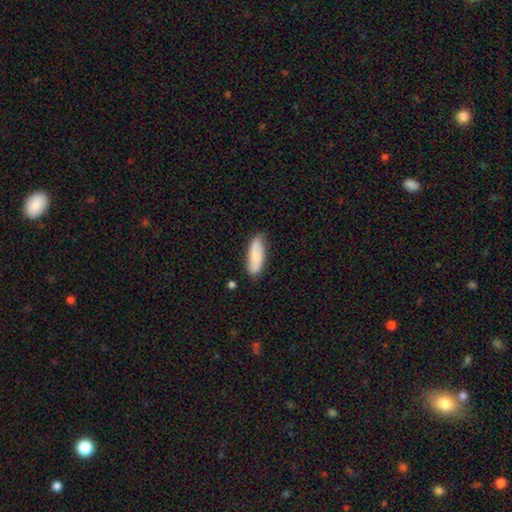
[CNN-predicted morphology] Smooth or featured: smooth — 72% (featured or disk — 21%)
How rounded: in between — 67% (cigar-shaped — 31%)
Merging: none — 78% (minor disturbance — 17%)